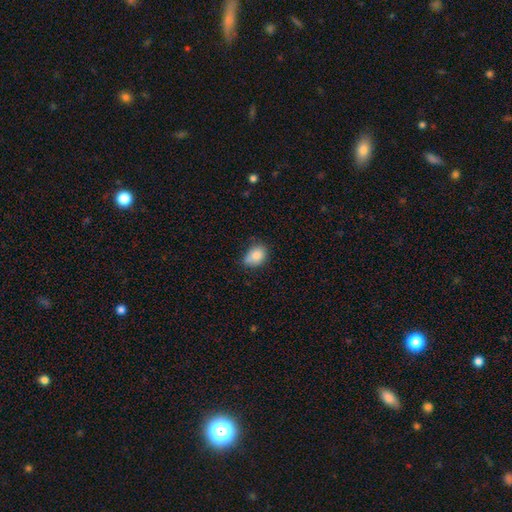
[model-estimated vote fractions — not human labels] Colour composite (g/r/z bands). It shows a smooth galaxy with no disk features (84%) that is in between round and cigar-shaped (75%). Merging: none (59%).